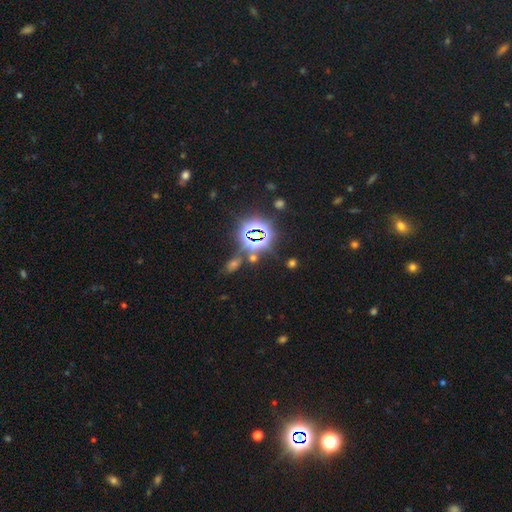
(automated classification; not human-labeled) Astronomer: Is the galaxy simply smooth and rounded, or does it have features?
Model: star or artifact — 79%.